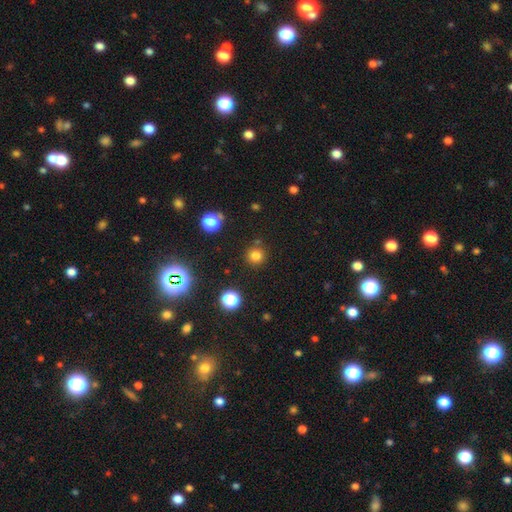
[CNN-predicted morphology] The model was most divided on "smooth or featured": smooth: 77%, star or artifact: 18%, featured or disk: 6%. More confident: how rounded — round (94%); merging — none (85%).